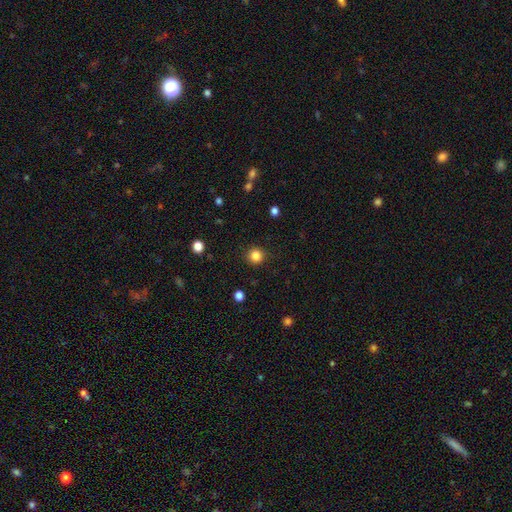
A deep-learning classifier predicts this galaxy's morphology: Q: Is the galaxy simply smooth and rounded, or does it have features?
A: smooth — 84%.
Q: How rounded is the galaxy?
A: round — 93%.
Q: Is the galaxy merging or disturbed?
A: none — 90%.